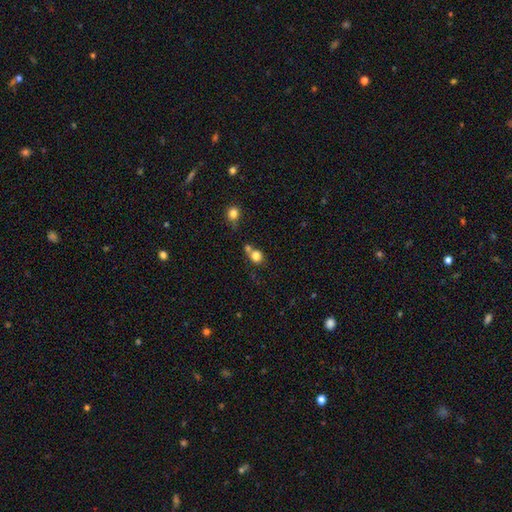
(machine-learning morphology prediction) A smooth galaxy with no disk features (82%) that is round (78%). Merging: none (52%).